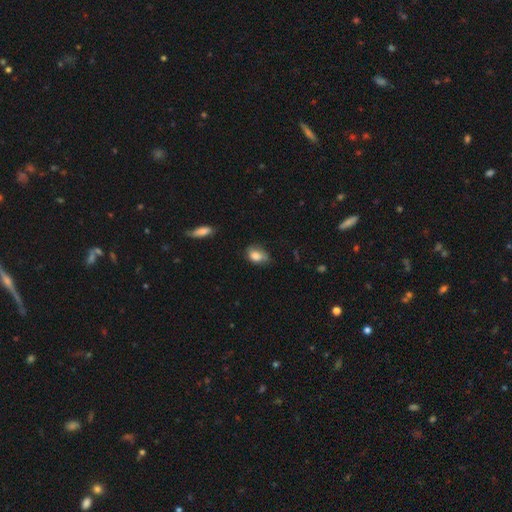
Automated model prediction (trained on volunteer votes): smooth 81%, featured or disk 10%, star or artifact 8%. Down the decision tree: how rounded — in between (80%); merging — none (52%).